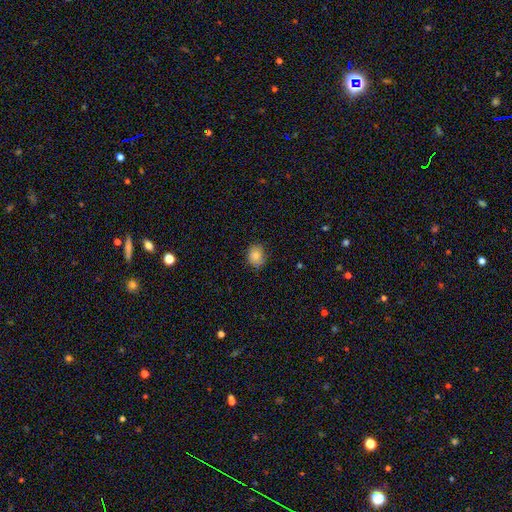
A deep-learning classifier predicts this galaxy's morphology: This appears to be a smooth galaxy with no disk features (84%) that is round (59%). Merging: none (79%).